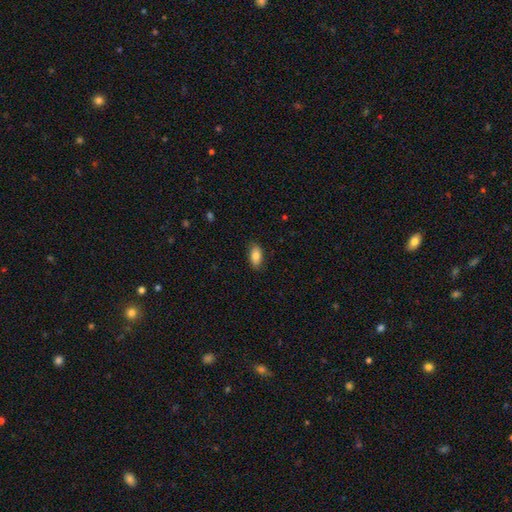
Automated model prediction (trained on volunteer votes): Smooth or featured: smooth — 85% (featured or disk — 8%)
How rounded: in between — 91% (cigar-shaped — 5%)
Merging: none — 85% (minor disturbance — 11%)